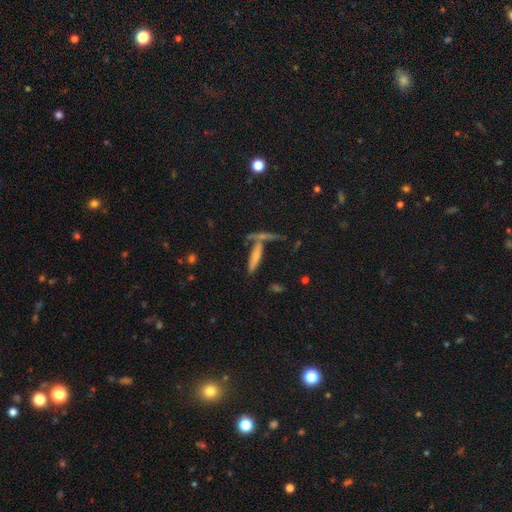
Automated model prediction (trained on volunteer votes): A smooth galaxy with no disk features (60%) that is cigar-shaped (80%). Merging: none (54%).